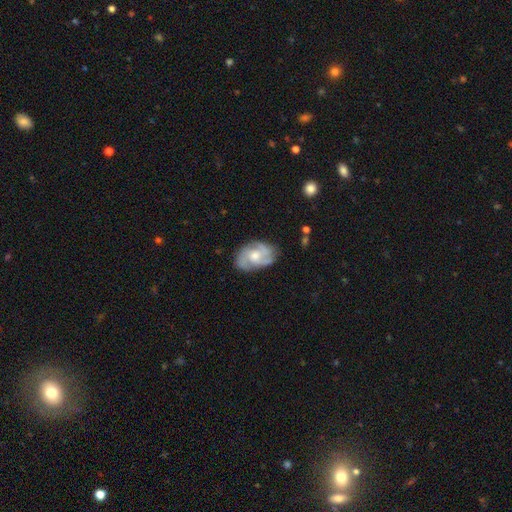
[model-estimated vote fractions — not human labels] Q: Smooth or featured?
A: featured or disk (72%); runner-up: smooth (22%)
Q: Edge-on disk?
A: no (97%); runner-up: yes (3%)
Q: Bar?
A: no (73%); runner-up: weak (24%)
Q: Spiral arms?
A: yes (88%); runner-up: no (12%)
Q: Spiral winding?
A: medium (46%); runner-up: tight (36%)
Q: Spiral arm count?
A: 3 (39%); runner-up: can't tell (22%)
Q: Bulge size?
A: moderate (66%); runner-up: small (22%)
Q: Merging?
A: none (69%); runner-up: minor disturbance (22%)